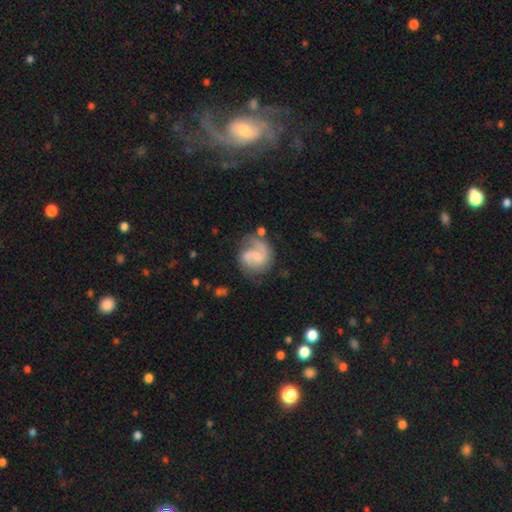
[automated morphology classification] The model was most divided on "bar": weak: 47%, no: 42%, strong: 10%. Remaining: edge-on disk — no (98%); spiral arms — yes (93%); smooth or featured — featured or disk (76%); spiral arm count — 2 (60%); merging — none (58%); bulge size — small (48%); spiral winding — medium (47%).